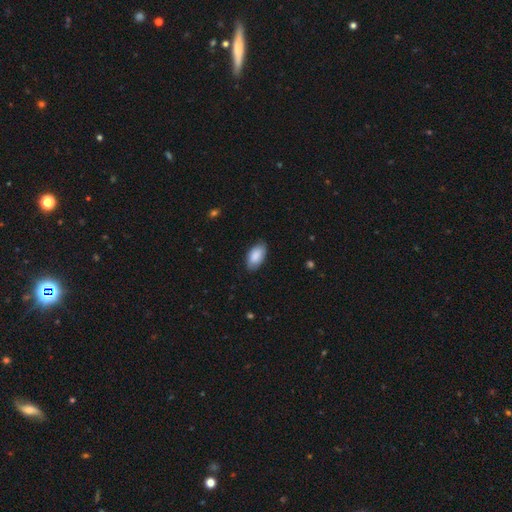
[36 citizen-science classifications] This appears to be a smooth galaxy with no disk features (86%) that is in between round and cigar-shaped (97%). Merging: none (91%).